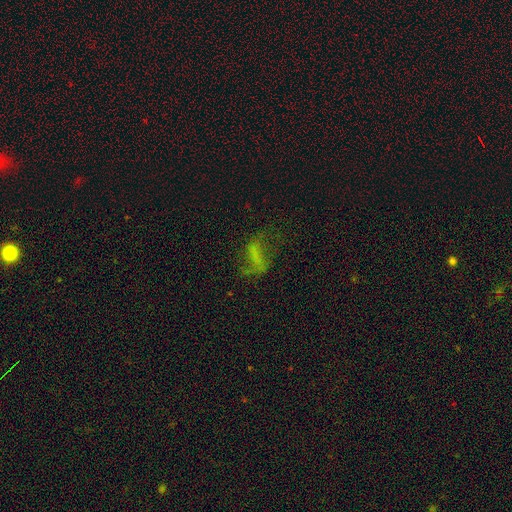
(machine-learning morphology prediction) This is possibly a featured or disk galaxy (47%). Merging: possibly none (48%).